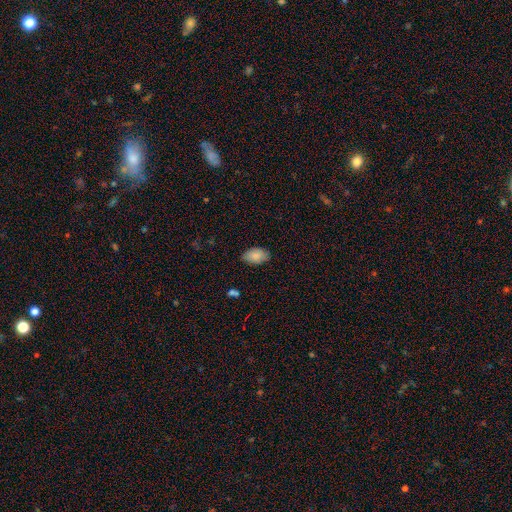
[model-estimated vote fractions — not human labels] Overall: smooth (87%). How rounded: in between (93%). Merging: none (81%).